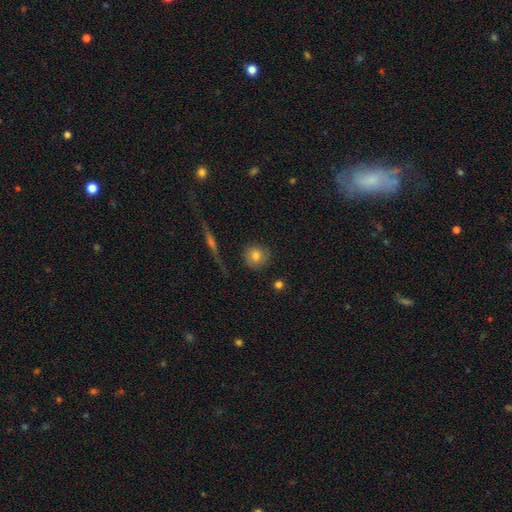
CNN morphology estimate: The model was most divided on "smooth or featured": smooth: 78%, featured or disk: 12%, star or artifact: 10%. More confident: how rounded — round (91%); merging — none (84%).